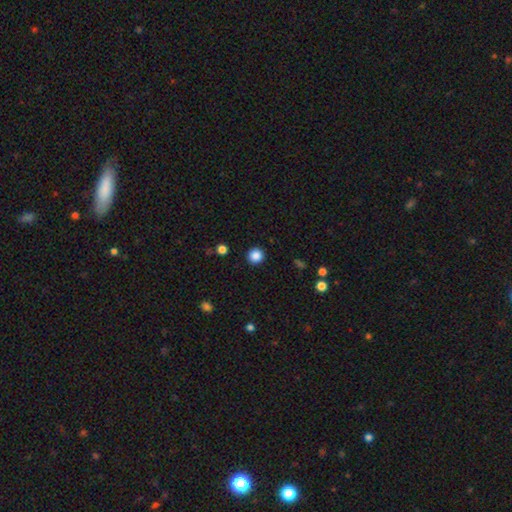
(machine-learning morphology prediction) A smooth galaxy with no disk features (87%) that is round (95%). Merging: none (93%).